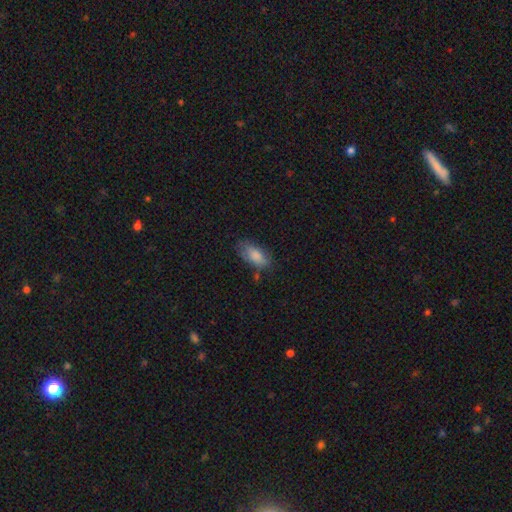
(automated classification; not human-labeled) Smooth or featured?
  - smooth: 80% *
  - featured or disk: 13%
  - star or artifact: 7%
How rounded?
  - in between: 91% *
  - cigar-shaped: 6%
  - round: 3%
Merging?
  - none: 61% *
  - minor disturbance: 27%
  - major disturbance: 8%
  - merger: 4%